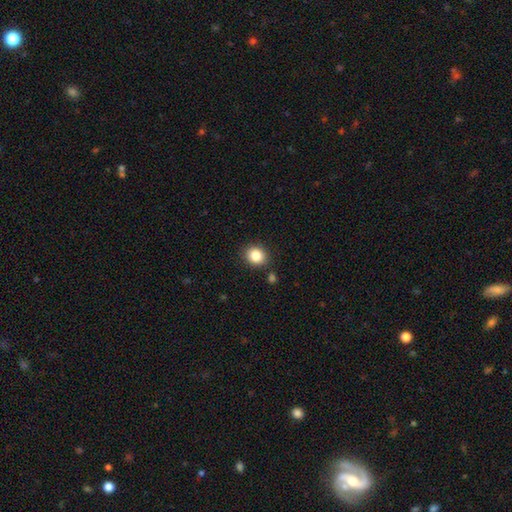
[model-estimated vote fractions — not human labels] Morphology: type=smooth (85%); roundness=round (74%); merging=none (86%).